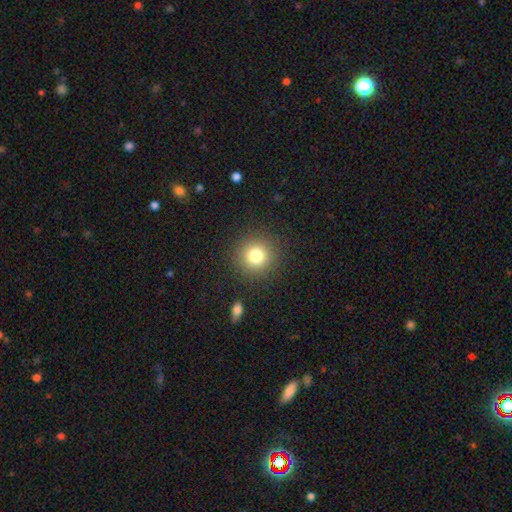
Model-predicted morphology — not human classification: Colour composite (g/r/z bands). It shows a smooth galaxy with no disk features (79%) that is round (93%). Merging: none (89%).